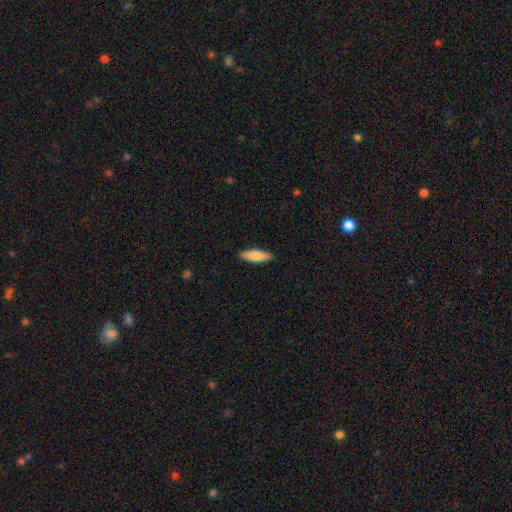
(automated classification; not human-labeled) Smooth or featured? Predicted: smooth (p=0.80). How rounded? Predicted: cigar-shaped (p=0.56). Merging? Predicted: none (p=0.90).